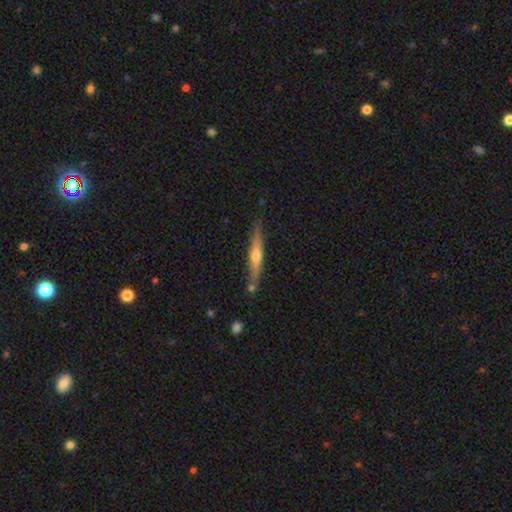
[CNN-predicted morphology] The model was most divided on "smooth or featured": featured or disk: 63%, smooth: 31%, star or artifact: 6%. More confident: edge-on disk — yes (96%); edge-on bulge — rounded (85%); merging — none (79%).